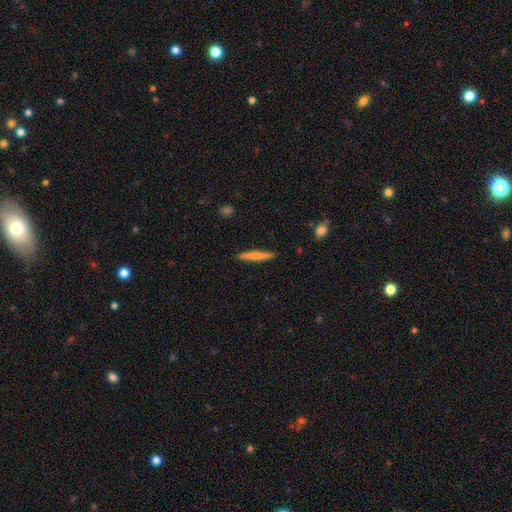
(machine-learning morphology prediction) smooth_or_featured: smooth (p=0.63) [alt: featured or disk p=0.31]
how_rounded: cigar-shaped (p=0.93) [alt: in between p=0.05]
merging: none (p=0.90) [alt: minor disturbance p=0.07]